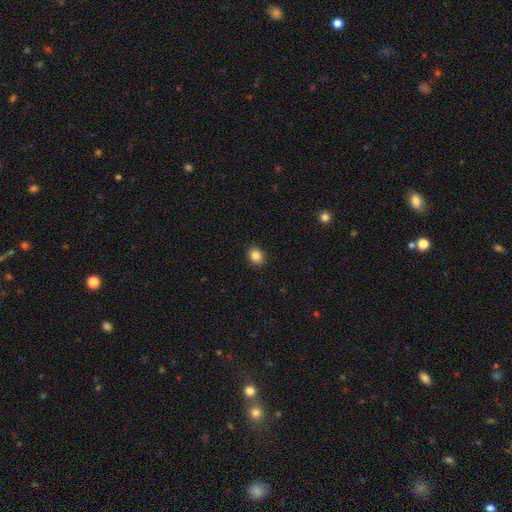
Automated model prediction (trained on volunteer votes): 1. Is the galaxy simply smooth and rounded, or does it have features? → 86% smooth, 10% star or artifact, 4% featured or disk.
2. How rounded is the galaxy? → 59% round, 40% in between, 1% cigar-shaped.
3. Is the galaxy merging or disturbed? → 91% none, 6% minor disturbance, 2% major disturbance, 1% merger.